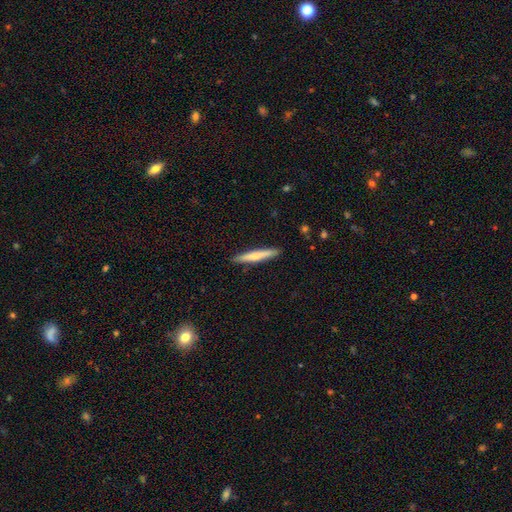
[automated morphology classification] A smooth galaxy with no disk features (62%) that is cigar-shaped (95%). Merging: none (91%).